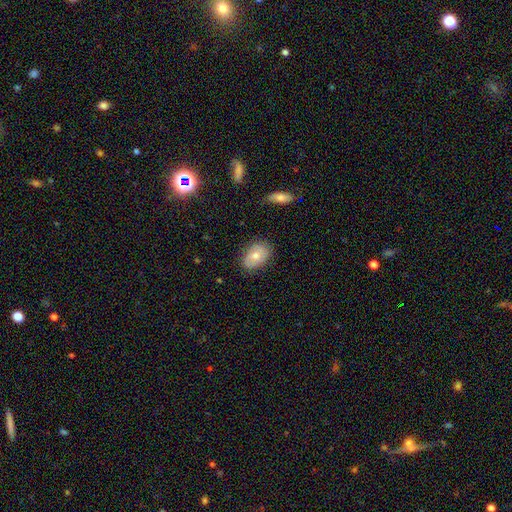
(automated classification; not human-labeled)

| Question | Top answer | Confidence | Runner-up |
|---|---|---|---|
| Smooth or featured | smooth | 60% | featured or disk (32%) |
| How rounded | in between | 82% | round (17%) |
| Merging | none | 77% | minor disturbance (18%) |